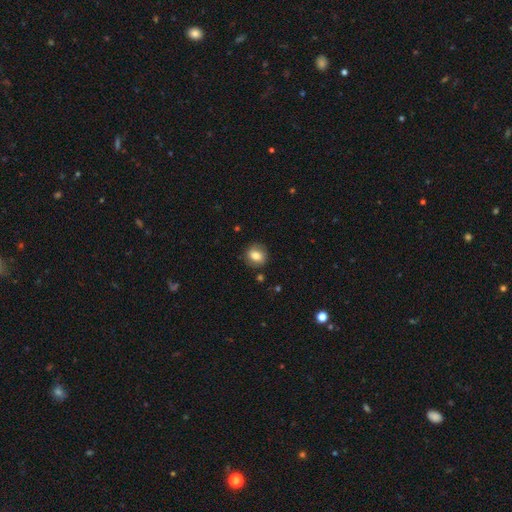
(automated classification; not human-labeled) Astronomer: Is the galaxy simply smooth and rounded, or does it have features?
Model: smooth — 77%.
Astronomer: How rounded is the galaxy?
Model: round — 64%.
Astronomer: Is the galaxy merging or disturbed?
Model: none — 83%.